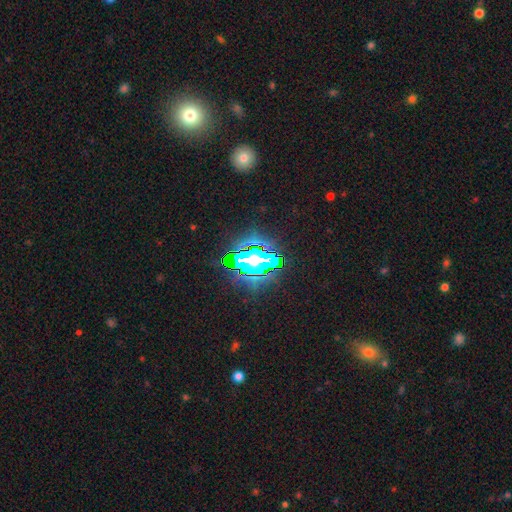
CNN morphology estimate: A star or artifact, not a galaxy (81%).